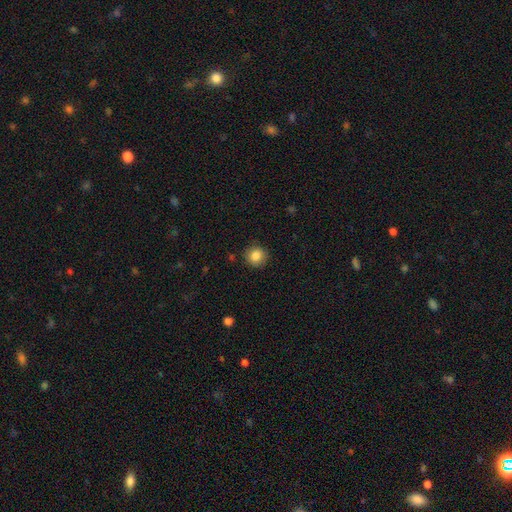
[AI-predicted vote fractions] Smooth or featured? Predicted: smooth (p=0.85). How rounded? Predicted: round (p=0.91). Merging? Predicted: none (p=0.88).